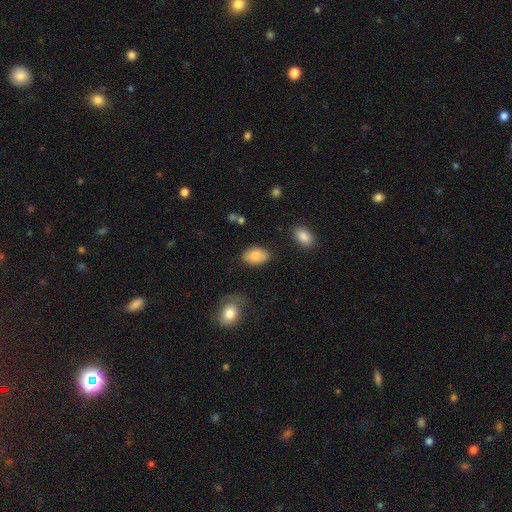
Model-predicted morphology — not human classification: Smooth or featured? Predicted: smooth (p=0.85). How rounded? Predicted: in between (p=0.90). Merging? Predicted: none (p=0.80).